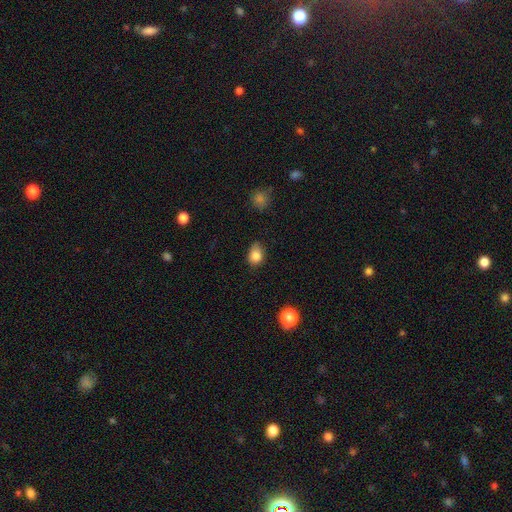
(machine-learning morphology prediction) smooth 83%, star or artifact 10%, featured or disk 7%. Down the decision tree: how rounded — in between (60%); merging — none (58%).